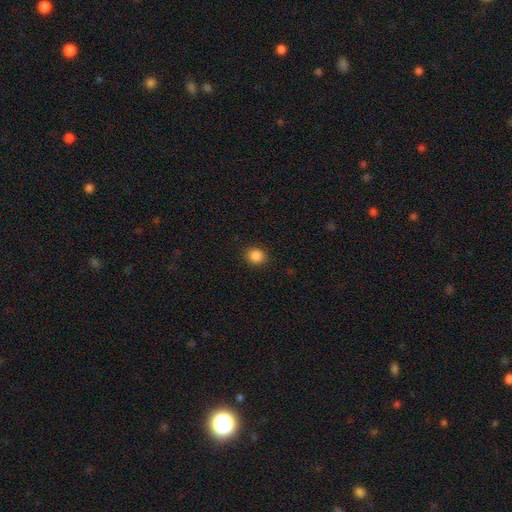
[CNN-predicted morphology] Smooth or featured? Predicted: smooth (p=0.87). How rounded? Predicted: round (p=0.78). Merging? Predicted: none (p=0.91).